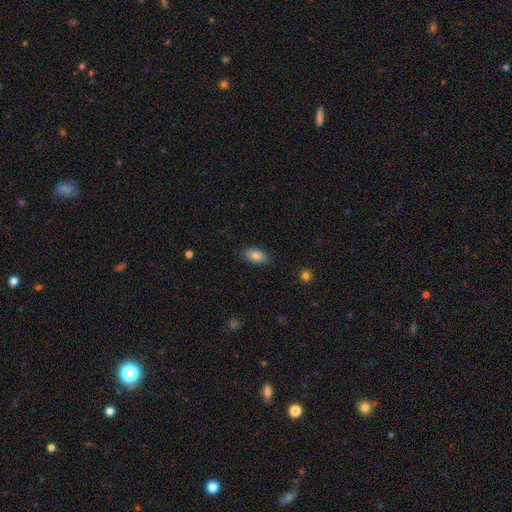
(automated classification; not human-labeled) Smooth or featured? Predicted: smooth (p=0.82). How rounded? Predicted: in between (p=0.91). Merging? Predicted: none (p=0.83).